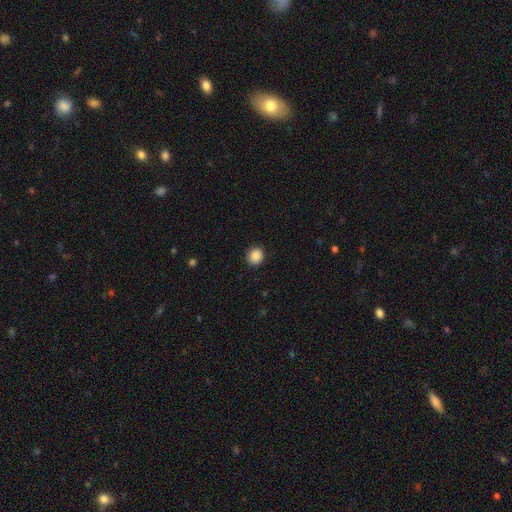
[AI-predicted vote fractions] Smooth or featured? smooth (88%)
How rounded? round (87%)
Merging? none (90%)